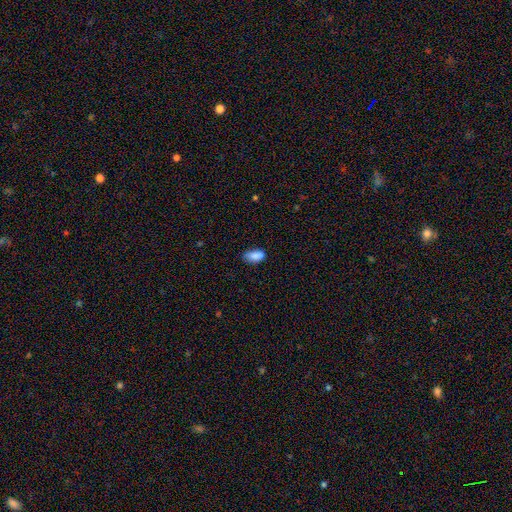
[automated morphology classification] Q: Smooth or featured?
A: smooth (86%); runner-up: star or artifact (8%)
Q: How rounded?
A: in between (90%); runner-up: cigar-shaped (6%)
Q: Merging?
A: none (70%); runner-up: minor disturbance (24%)